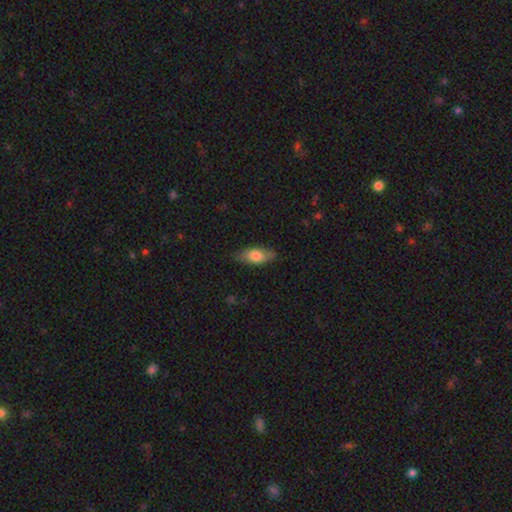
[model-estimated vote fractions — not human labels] A smooth galaxy with no disk features (71%) that is in between round and cigar-shaped (79%).

Vote fractions:
- Smooth or featured? smooth: 71% / featured or disk: 23% / star or artifact: 7%
- How rounded? in between: 79% / cigar-shaped: 17% / round: 4%
- Merging? none: 78% / minor disturbance: 17% / major disturbance: 4% / merger: 1%